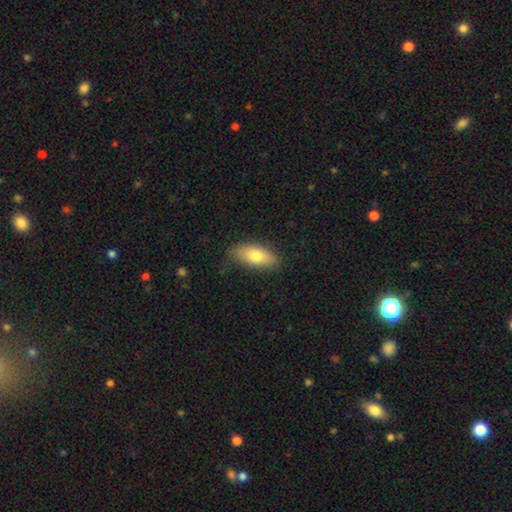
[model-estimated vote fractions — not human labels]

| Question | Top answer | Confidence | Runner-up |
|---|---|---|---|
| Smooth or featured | smooth | 75% | featured or disk (18%) |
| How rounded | in between | 84% | cigar-shaped (12%) |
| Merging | none | 80% | minor disturbance (16%) |